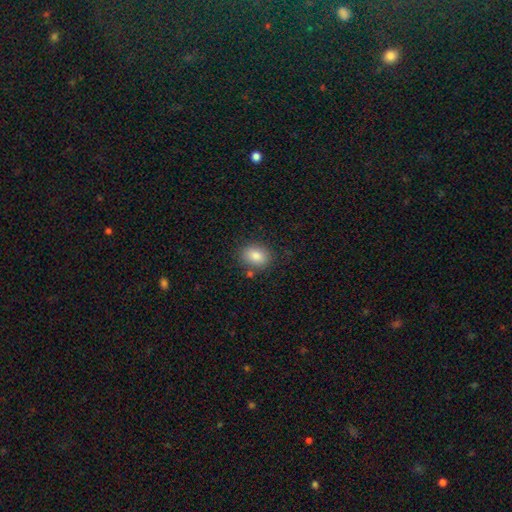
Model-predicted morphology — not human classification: Q: Smooth or featured?
A: smooth (85%); runner-up: star or artifact (9%)
Q: How rounded?
A: in between (66%); runner-up: round (33%)
Q: Merging?
A: none (81%); runner-up: minor disturbance (11%)